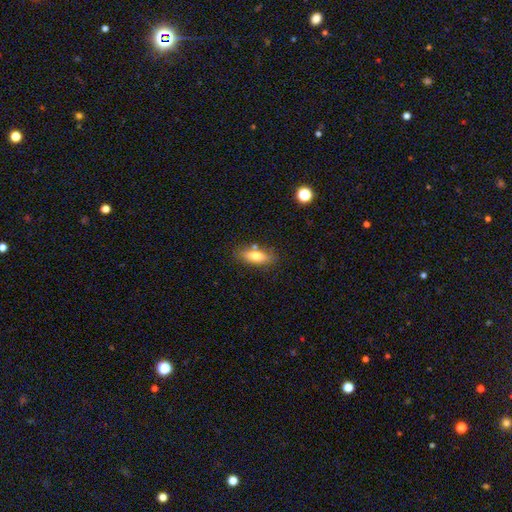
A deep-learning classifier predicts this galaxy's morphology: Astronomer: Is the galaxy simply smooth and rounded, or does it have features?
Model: smooth — 75%.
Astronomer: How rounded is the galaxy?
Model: in between — 75%.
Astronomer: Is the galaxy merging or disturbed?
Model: none — 76%.